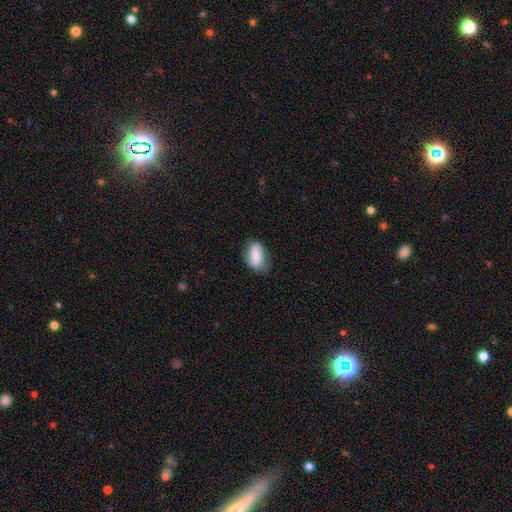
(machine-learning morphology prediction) A smooth galaxy with no disk features (71%) that is in between round and cigar-shaped (88%). Merging: none (70%).